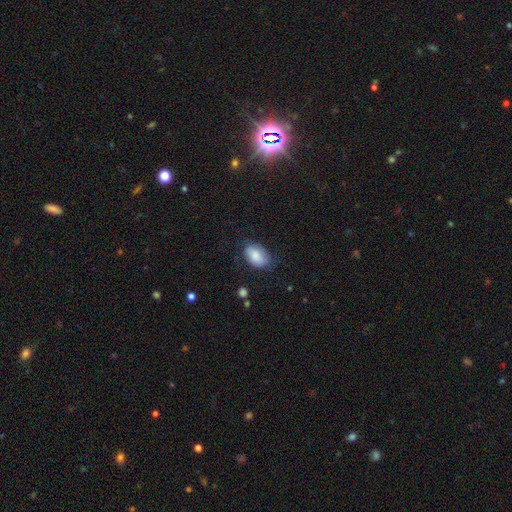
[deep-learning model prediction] The model was most divided on "merging": none: 68%, minor disturbance: 24%, major disturbance: 7%, merger: 2%. More confident: how rounded — in between (88%); smooth or featured — smooth (83%).